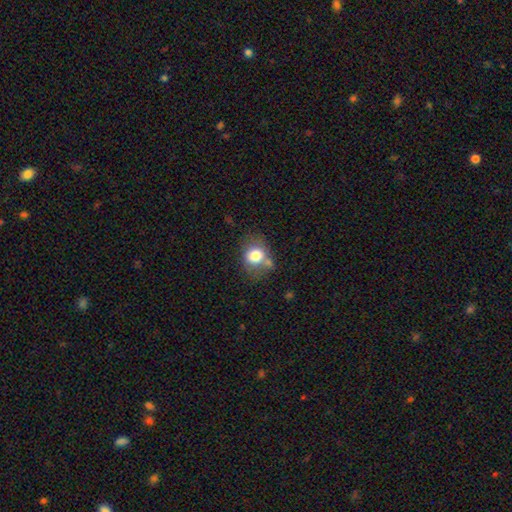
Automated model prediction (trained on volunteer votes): smooth_or_featured: smooth (p=0.75) [alt: featured or disk p=0.14]
how_rounded: round (p=0.64) [alt: in between p=0.35]
merging: none (p=0.56) [alt: minor disturbance p=0.21]